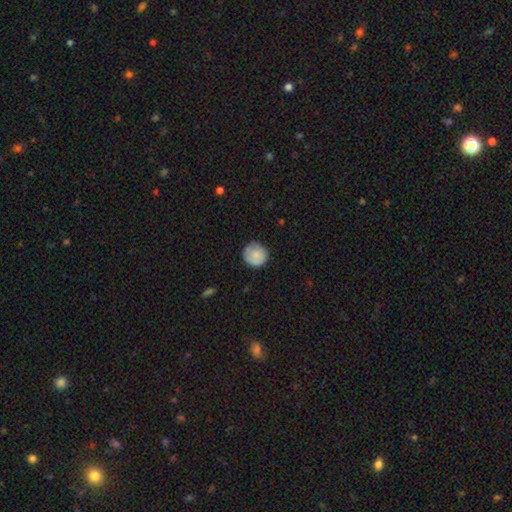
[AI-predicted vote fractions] Smooth or featured: smooth — 83% (featured or disk — 10%)
How rounded: round — 93% (in between — 6%)
Merging: none — 80% (minor disturbance — 15%)